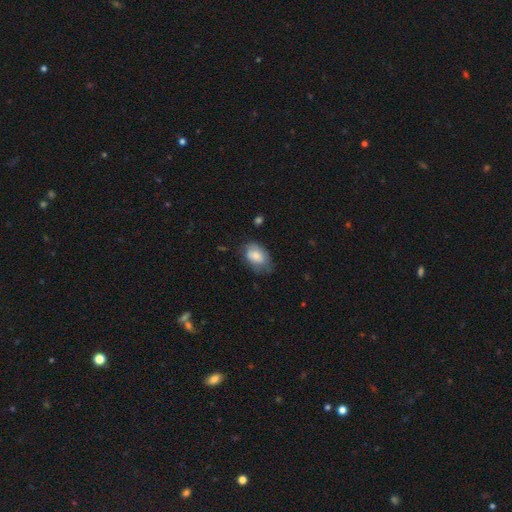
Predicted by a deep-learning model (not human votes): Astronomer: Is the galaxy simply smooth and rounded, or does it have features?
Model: smooth — 76%.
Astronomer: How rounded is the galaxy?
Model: in between — 87%.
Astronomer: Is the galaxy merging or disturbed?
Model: none — 57%.